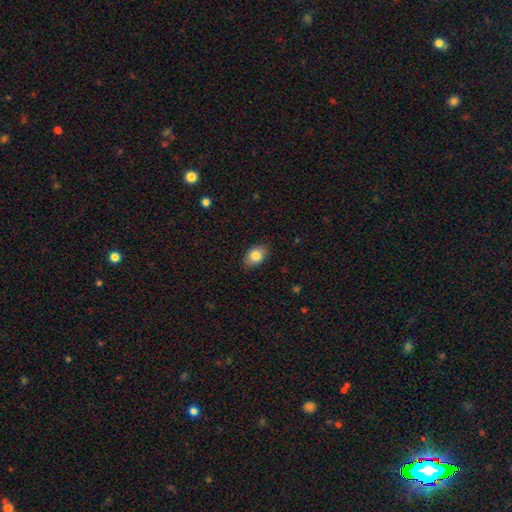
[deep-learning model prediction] Smooth or featured? Predicted: smooth (p=0.82). How rounded? Predicted: in between (p=0.82). Merging? Predicted: none (p=0.85).